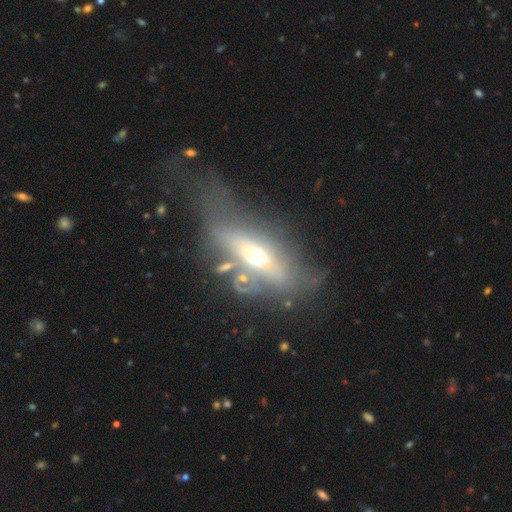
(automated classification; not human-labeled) Smooth or featured? Predicted: featured or disk (p=0.58). Edge-on disk? Predicted: no (p=0.54). Merging? Predicted: major disturbance (p=0.42).